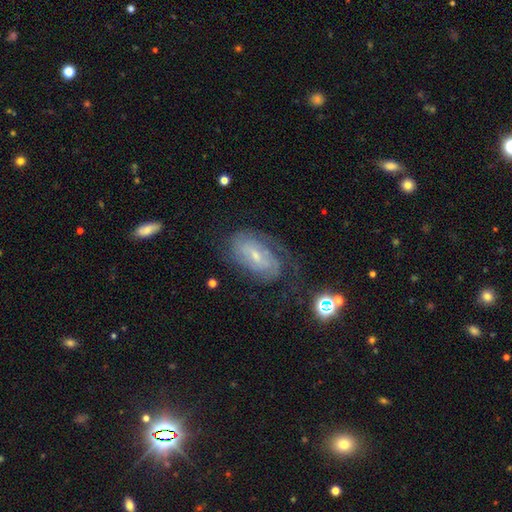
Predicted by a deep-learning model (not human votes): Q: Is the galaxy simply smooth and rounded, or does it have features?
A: featured or disk — 76%.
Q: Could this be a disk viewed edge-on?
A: no — 95%.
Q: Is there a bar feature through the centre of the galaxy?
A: weak — 48%.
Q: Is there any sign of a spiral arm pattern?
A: yes — 90%.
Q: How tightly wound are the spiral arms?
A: tight — 56%.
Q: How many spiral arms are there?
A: can't tell — 41%.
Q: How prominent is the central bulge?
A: small — 63%.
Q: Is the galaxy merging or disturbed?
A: none — 60%.